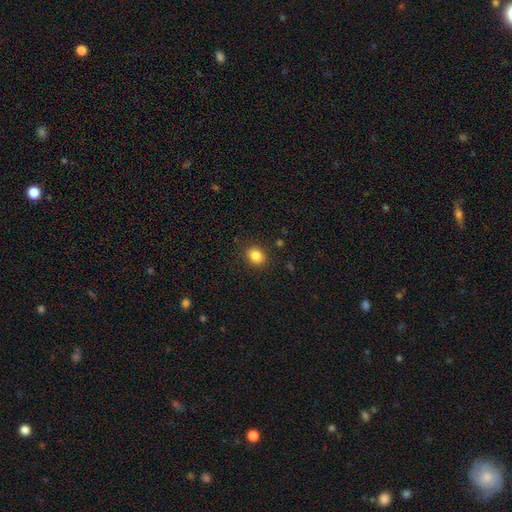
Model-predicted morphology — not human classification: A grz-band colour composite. It shows a smooth galaxy with no disk features (85%) that is round (51%). Merging: none (88%).